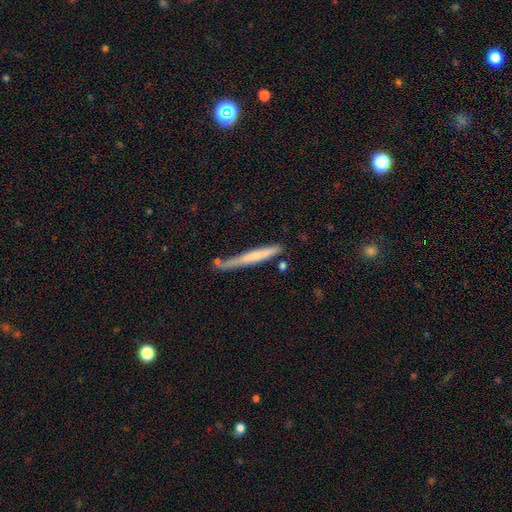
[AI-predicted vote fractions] A smooth galaxy with no disk features (56%) that is cigar-shaped (96%).

Vote fractions:
- Smooth or featured? smooth: 56% / featured or disk: 38% / star or artifact: 6%
- How rounded? cigar-shaped: 96% / in between: 3% / round: 1%
- Merging? none: 65% / minor disturbance: 21% / merger: 9% / major disturbance: 5%